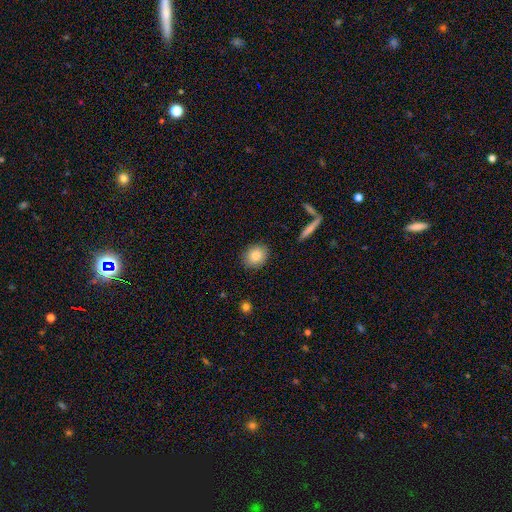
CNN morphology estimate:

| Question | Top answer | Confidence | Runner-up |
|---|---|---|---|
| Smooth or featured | smooth | 85% | star or artifact (8%) |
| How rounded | round | 64% | in between (34%) |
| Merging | none | 88% | minor disturbance (8%) |